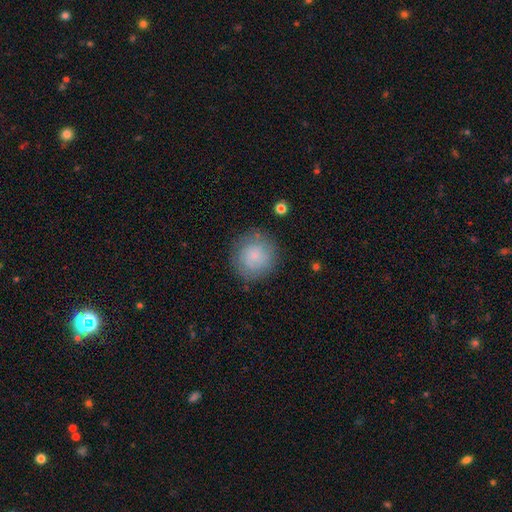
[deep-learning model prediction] smooth-or-featured: smooth: 64% | featured or disk: 28% | star or artifact: 8%
  how-rounded: round: 92% | in between: 7% | cigar-shaped: 1%
  merging: none: 80% | minor disturbance: 13% | major disturbance: 5% | merger: 2%